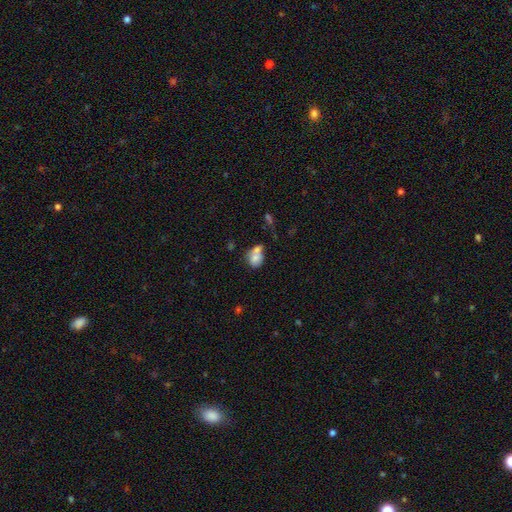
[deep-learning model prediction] Q: Smooth or featured?
A: smooth (72%); runner-up: featured or disk (19%)
Q: How rounded?
A: round (55%); runner-up: in between (44%)
Q: Merging?
A: merger (50%); runner-up: none (30%)